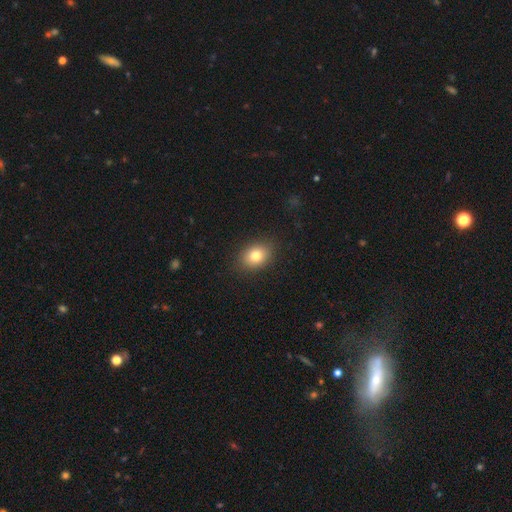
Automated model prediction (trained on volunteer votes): Smooth or featured: smooth — 80% (featured or disk — 10%)
How rounded: in between — 63% (round — 36%)
Merging: none — 88% (minor disturbance — 9%)